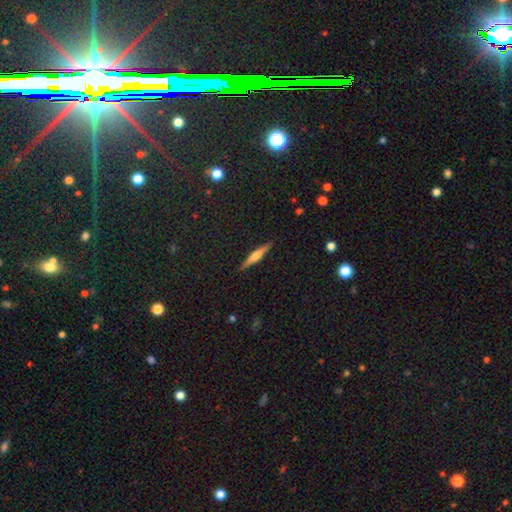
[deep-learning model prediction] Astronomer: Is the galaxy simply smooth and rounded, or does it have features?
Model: featured or disk — 60%.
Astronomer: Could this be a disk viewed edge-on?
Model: yes — 97%.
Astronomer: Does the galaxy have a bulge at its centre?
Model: rounded — 84%.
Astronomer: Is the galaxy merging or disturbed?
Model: none — 90%.